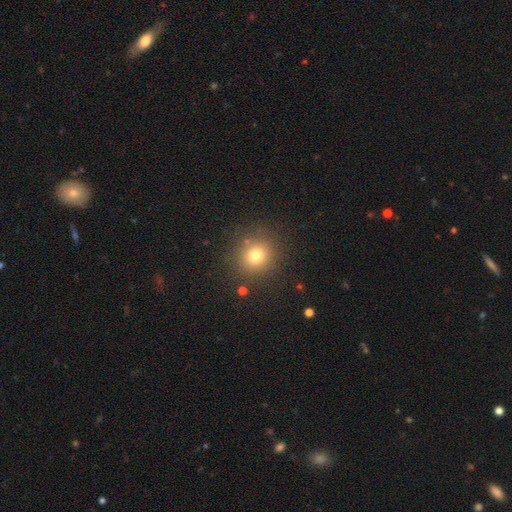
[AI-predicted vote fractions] Smooth or featured? Predicted: smooth (p=0.76). How rounded? Predicted: round (p=0.88). Merging? Predicted: none (p=0.87).